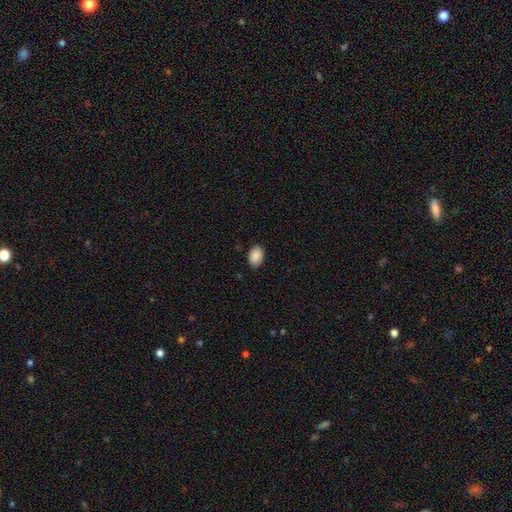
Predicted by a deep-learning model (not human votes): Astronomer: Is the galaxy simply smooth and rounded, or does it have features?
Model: smooth — 90%.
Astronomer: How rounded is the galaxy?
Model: in between — 84%.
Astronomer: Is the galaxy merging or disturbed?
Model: none — 86%.